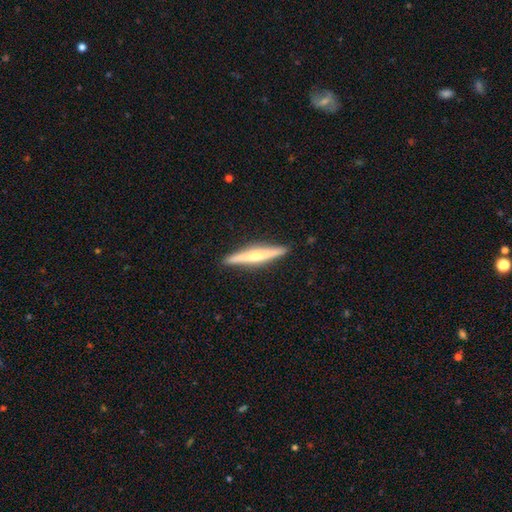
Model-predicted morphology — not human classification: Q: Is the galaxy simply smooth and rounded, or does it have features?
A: featured or disk — 64%.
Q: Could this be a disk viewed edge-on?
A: yes — 97%.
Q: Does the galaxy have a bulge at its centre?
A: rounded — 85%.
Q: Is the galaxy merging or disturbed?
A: none — 91%.